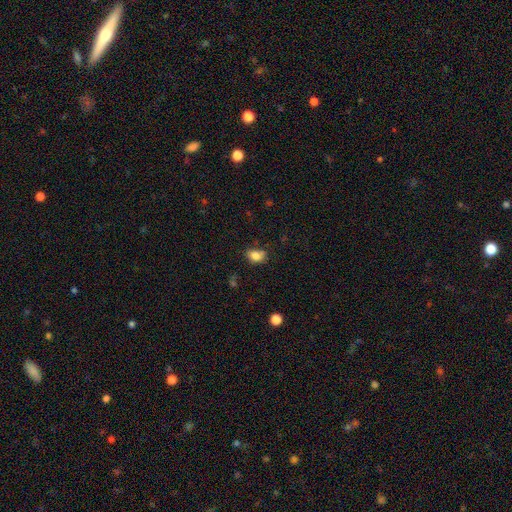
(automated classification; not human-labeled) Morphology: type=smooth (82%); roundness=in between (70%); merging=none (68%).